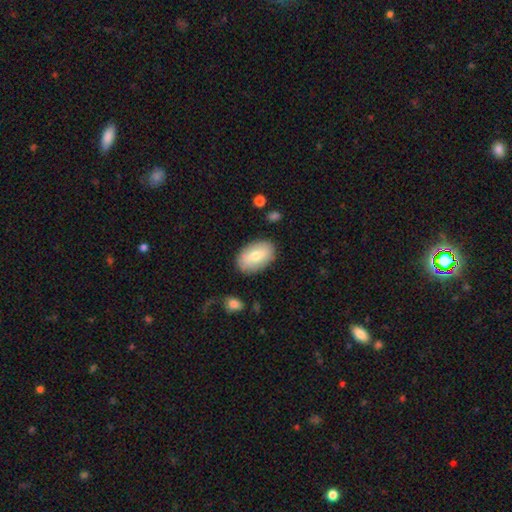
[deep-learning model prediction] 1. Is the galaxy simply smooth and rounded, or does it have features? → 71% smooth, 23% featured or disk, 6% star or artifact.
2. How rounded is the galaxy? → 91% in between, 8% round, 1% cigar-shaped.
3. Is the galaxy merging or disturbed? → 84% none, 11% minor disturbance, 3% major disturbance, 2% merger.